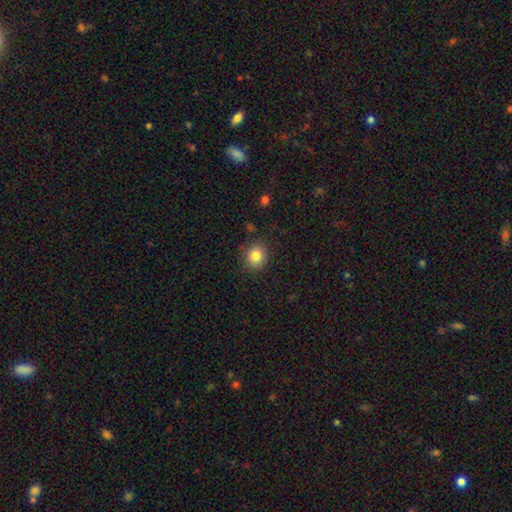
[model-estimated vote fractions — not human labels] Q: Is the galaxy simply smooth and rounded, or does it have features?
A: smooth — 83%.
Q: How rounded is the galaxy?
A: round — 76%.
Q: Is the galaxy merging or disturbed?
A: none — 87%.